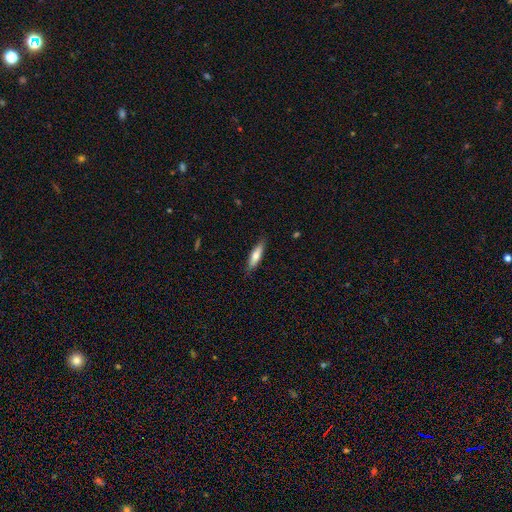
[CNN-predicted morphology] Smooth or featured: smooth — 70% (featured or disk — 25%)
How rounded: cigar-shaped — 69% (in between — 30%)
Merging: none — 86% (minor disturbance — 11%)